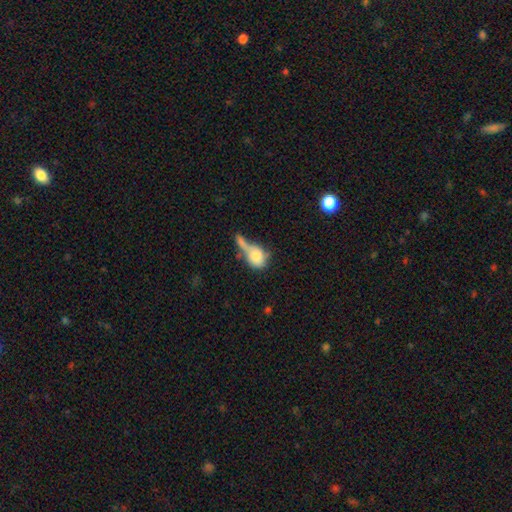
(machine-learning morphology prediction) Smooth or featured: smooth — 72% (featured or disk — 20%)
How rounded: in between — 51% (round — 45%)
Merging: merger — 49% (none — 19%)